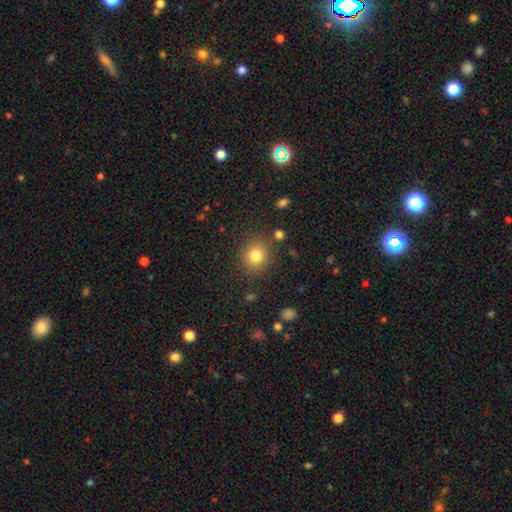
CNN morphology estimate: Q: Smooth or featured?
A: smooth (80%); runner-up: star or artifact (12%)
Q: How rounded?
A: round (81%); runner-up: in between (18%)
Q: Merging?
A: none (85%); runner-up: minor disturbance (9%)